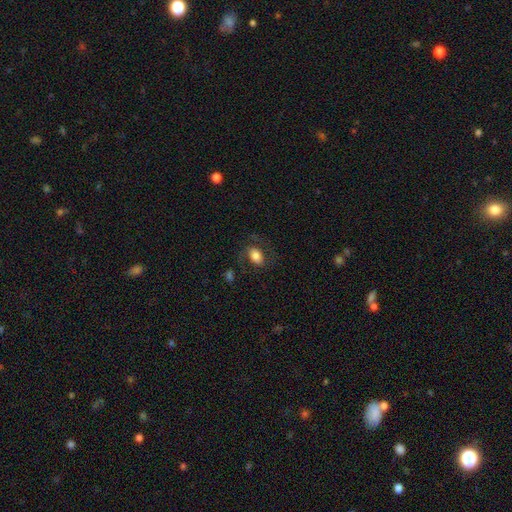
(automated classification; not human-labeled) Smooth or featured?
  - smooth: 73% *
  - featured or disk: 19%
  - star or artifact: 8%
How rounded?
  - in between: 84% *
  - round: 14%
  - cigar-shaped: 1%
Merging?
  - none: 67% *
  - minor disturbance: 17%
  - major disturbance: 14%
  - merger: 2%